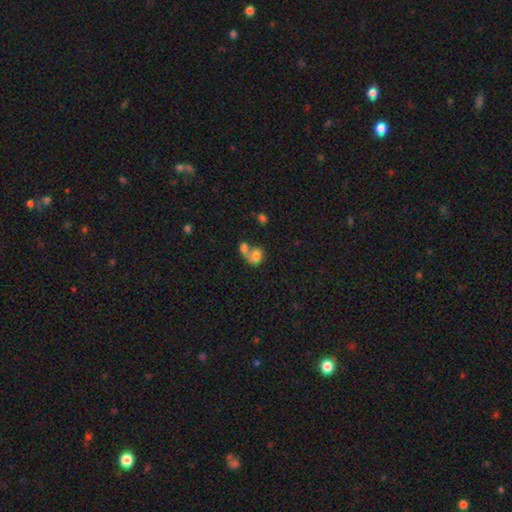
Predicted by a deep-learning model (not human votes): Smooth or featured? Predicted: smooth (p=0.67). How rounded? Predicted: in between (p=0.59). Merging? Predicted: merger (p=0.67).